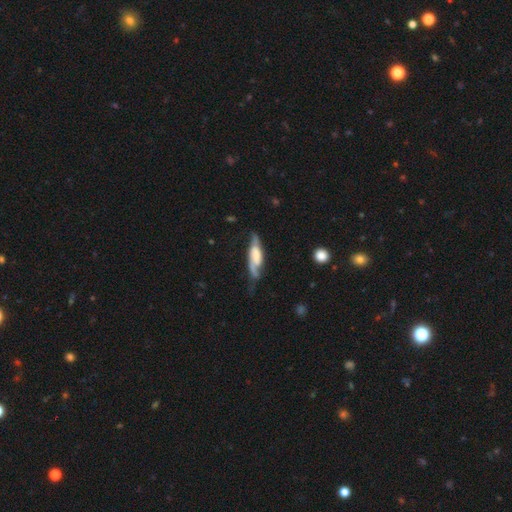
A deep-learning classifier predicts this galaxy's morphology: smooth-or-featured: featured or disk: 71% | smooth: 23% | star or artifact: 6%
  disk-edge-on: no: 72% | yes: 28%
    bar: no: 44% | weak: 35% | strong: 21%
    has-spiral-arms: yes: 89% | no: 11%
    bulge-size: moderate: 28% | large: 27% | small: 22% | none: 18% | dominant: 5%
  merging: none: 52% | minor disturbance: 28% | major disturbance: 17% | merger: 3%